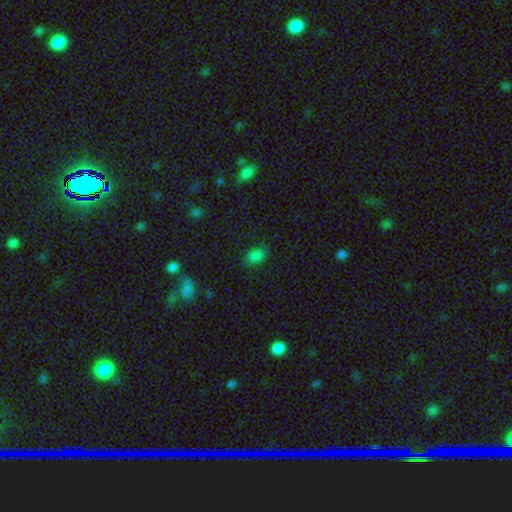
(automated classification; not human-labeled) smooth 81%, star or artifact 14%, featured or disk 5%. Down the decision tree: how rounded — in between (89%); merging — none (81%).